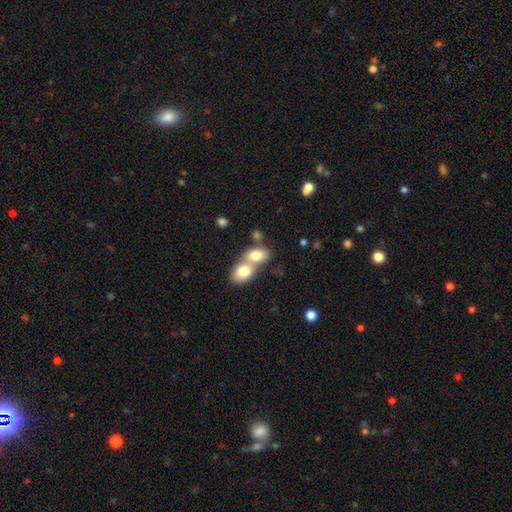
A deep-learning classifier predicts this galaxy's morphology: This is likely a smooth galaxy (77%). How rounded: likely in between (77%). Merging: likely merger (72%).